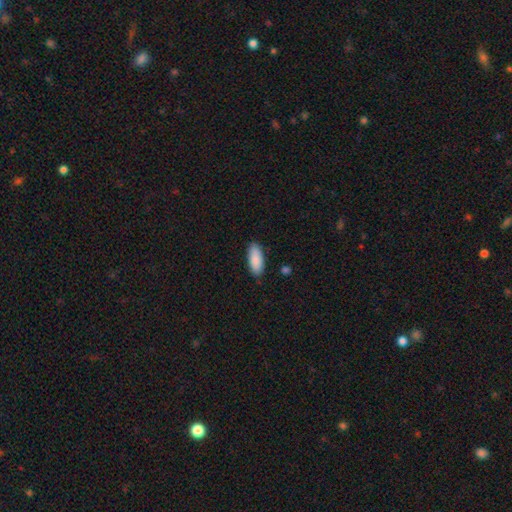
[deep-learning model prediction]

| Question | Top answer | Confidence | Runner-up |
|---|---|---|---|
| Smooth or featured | smooth | 89% | star or artifact (6%) |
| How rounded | in between | 85% | cigar-shaped (13%) |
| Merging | none | 86% | minor disturbance (11%) |